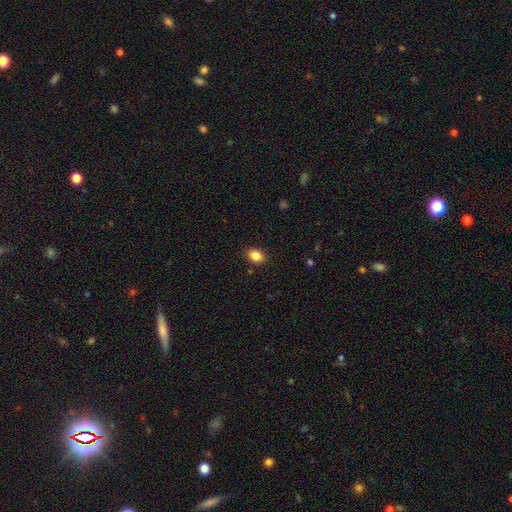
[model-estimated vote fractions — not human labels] Q: Smooth or featured?
A: smooth (86%); runner-up: star or artifact (9%)
Q: How rounded?
A: in between (80%); runner-up: round (18%)
Q: Merging?
A: none (88%); runner-up: minor disturbance (8%)